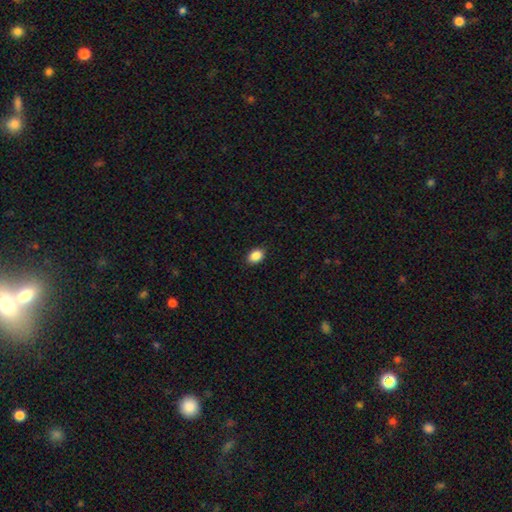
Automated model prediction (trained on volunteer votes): Morphology: type=smooth (88%); roundness=in between (78%); merging=none (89%).